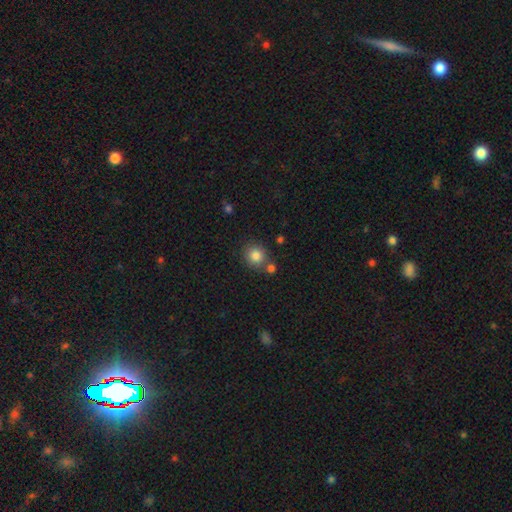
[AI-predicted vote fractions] Smooth or featured?
  - smooth: 83% *
  - star or artifact: 11%
  - featured or disk: 7%
How rounded?
  - round: 88% *
  - in between: 11%
  - cigar-shaped: 1%
Merging?
  - none: 72% *
  - merger: 16%
  - minor disturbance: 9%
  - major disturbance: 3%